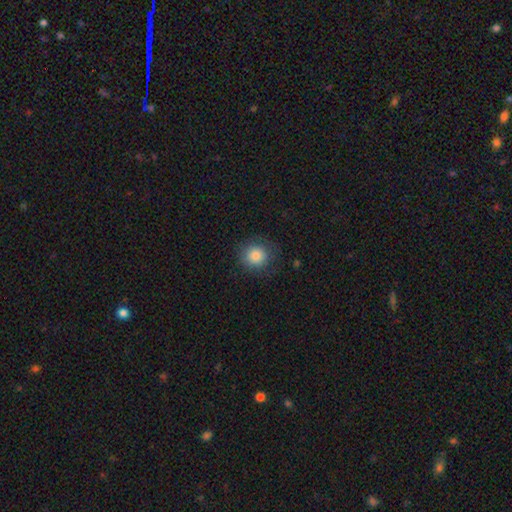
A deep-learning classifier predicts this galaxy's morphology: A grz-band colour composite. It shows a smooth galaxy with no disk features (82%) that is round (88%). Merging: none (82%).